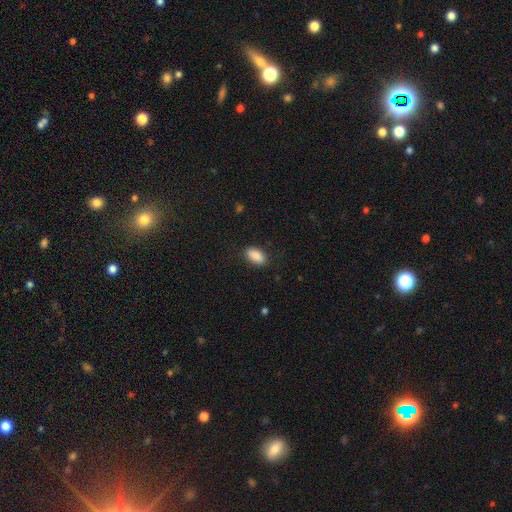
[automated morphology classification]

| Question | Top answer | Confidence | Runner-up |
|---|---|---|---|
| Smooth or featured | smooth | 89% | star or artifact (7%) |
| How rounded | in between | 93% | round (4%) |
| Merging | none | 86% | minor disturbance (10%) |